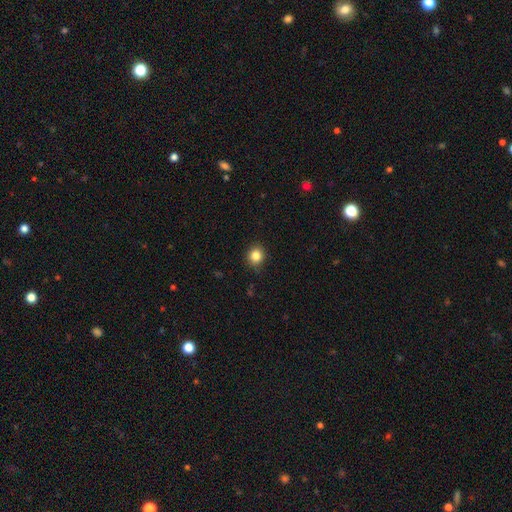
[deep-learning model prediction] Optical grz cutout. It shows a smooth galaxy with no disk features (85%) that is round (81%). Merging: none (89%).